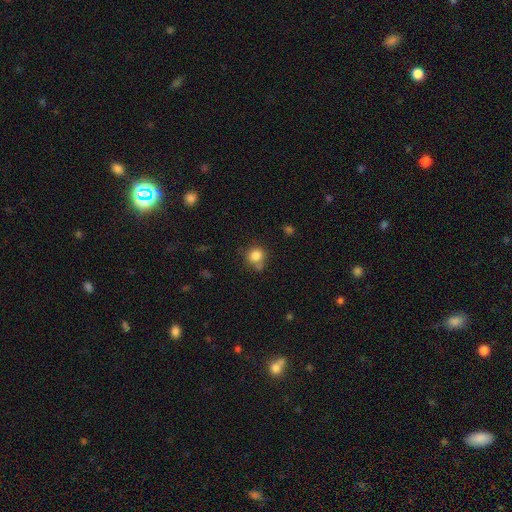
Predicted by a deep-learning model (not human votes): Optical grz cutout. It shows a smooth galaxy with no disk features (83%) that is round (87%). Merging: none (65%).